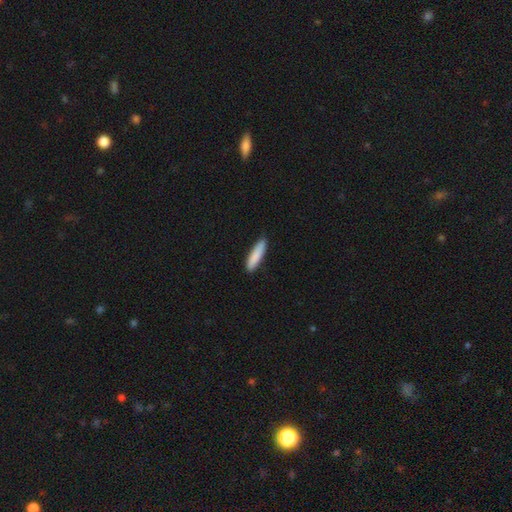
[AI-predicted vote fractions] smooth 86%, featured or disk 8%, star or artifact 5%. Down the decision tree: how rounded — cigar-shaped (80%); merging — none (86%).